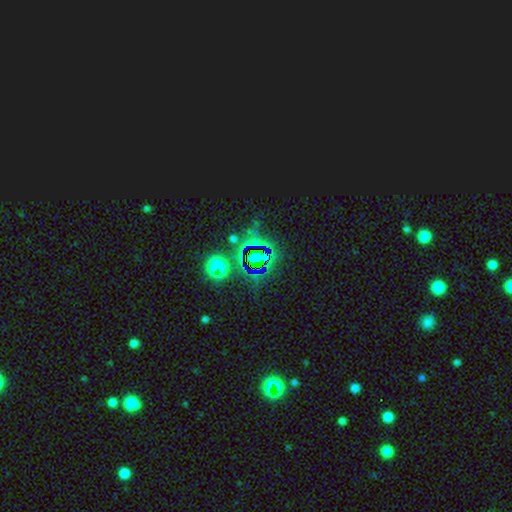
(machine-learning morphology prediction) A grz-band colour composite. It shows a star or artifact, not a galaxy (76%).